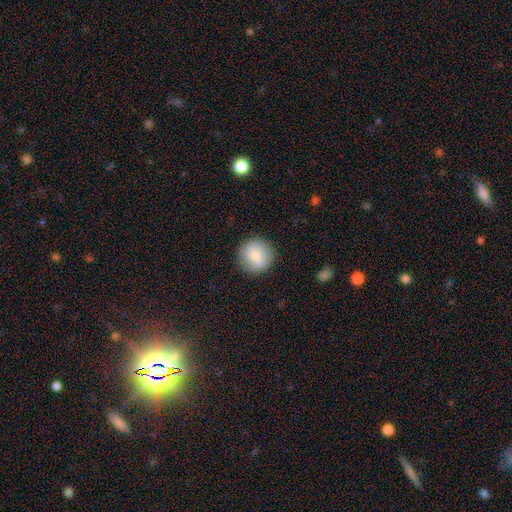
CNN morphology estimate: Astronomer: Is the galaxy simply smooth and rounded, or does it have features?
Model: smooth — 80%.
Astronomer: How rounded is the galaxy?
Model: round — 94%.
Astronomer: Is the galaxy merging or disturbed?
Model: none — 88%.